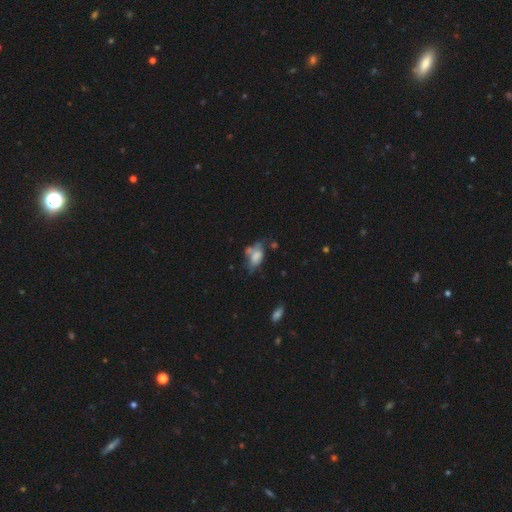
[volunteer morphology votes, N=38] Smooth or featured?
  - smooth: 61% *
  - featured or disk: 32%
  - star or artifact: 8%
How rounded?
  - in between: 87% *
  - cigar-shaped: 13%
  - round: 0%
Merging?
  - merger: 31% *
  - none: 29%
  - minor disturbance: 26%
  - major disturbance: 14%